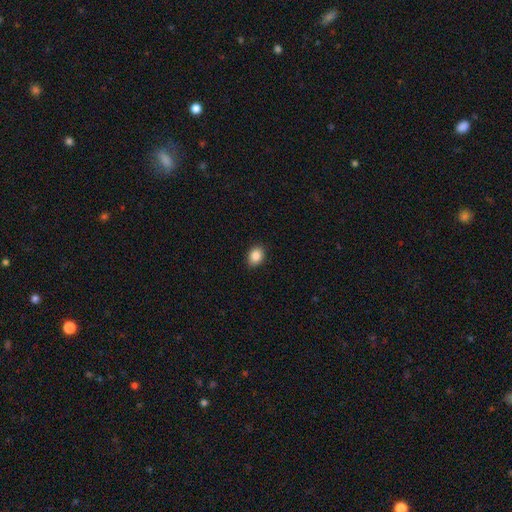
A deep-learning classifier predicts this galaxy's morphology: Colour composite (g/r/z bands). It shows a smooth galaxy with no disk features (88%) that is in between round and cigar-shaped (63%). Merging: none (89%).